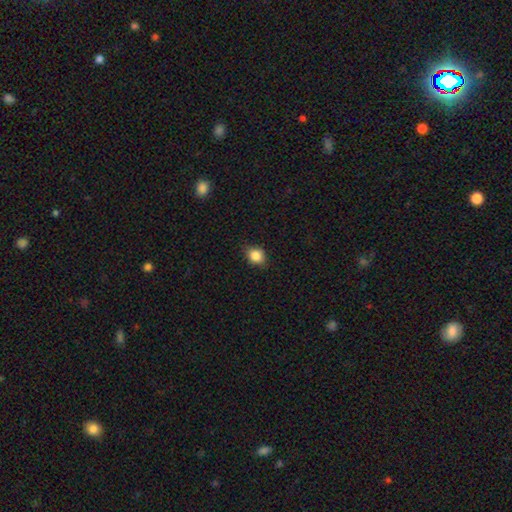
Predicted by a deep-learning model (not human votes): A smooth galaxy with no disk features (86%) that is round (64%).

Vote fractions:
- Smooth or featured? smooth: 86% / star or artifact: 10% / featured or disk: 4%
- How rounded? round: 64% / in between: 35% / cigar-shaped: 1%
- Merging? none: 82% / minor disturbance: 14% / major disturbance: 2% / merger: 1%